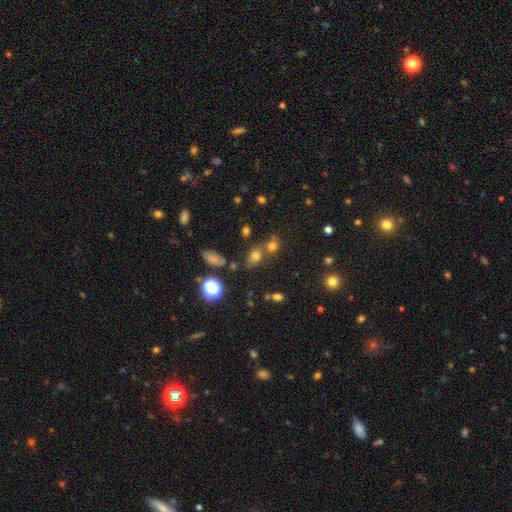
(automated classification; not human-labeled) This is likely a smooth galaxy (62%). How rounded: possibly round (55%). Merging: possibly none (59%).